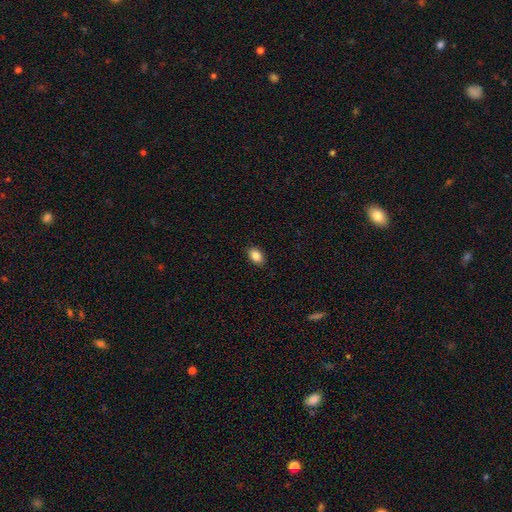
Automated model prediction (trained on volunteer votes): smooth_or_featured: smooth (p=0.87) [alt: star or artifact p=0.08]
how_rounded: in between (p=0.85) [alt: round p=0.13]
merging: none (p=0.89) [alt: minor disturbance p=0.08]